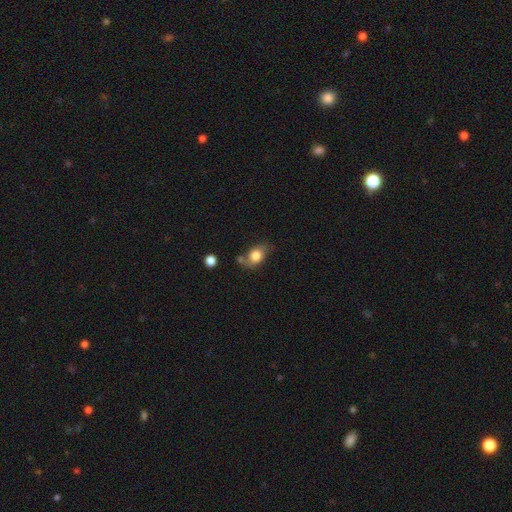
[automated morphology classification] Smooth or featured: smooth — 77% (featured or disk — 15%)
How rounded: in between — 69% (round — 29%)
Merging: none — 54% (minor disturbance — 25%)